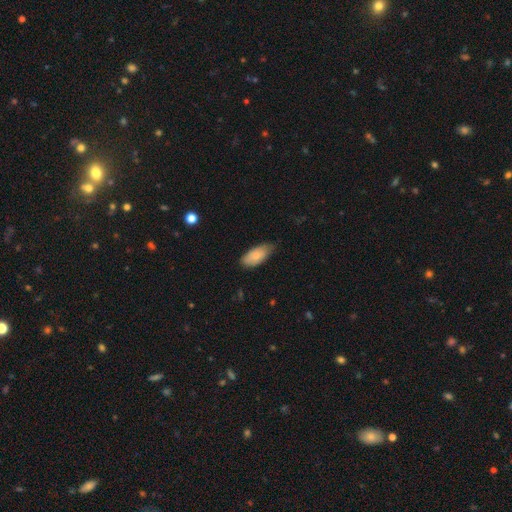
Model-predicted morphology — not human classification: Smooth or featured? smooth (81%)
How rounded? in between (91%)
Merging? none (65%)